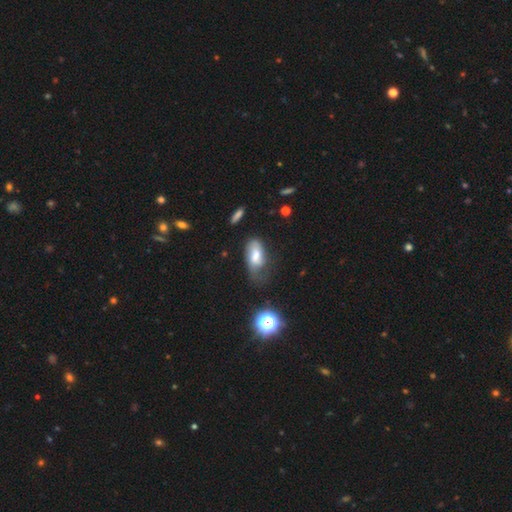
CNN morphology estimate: A smooth galaxy with no disk features (58%) that is in between round and cigar-shaped (89%). Merging: minor disturbance (35%).